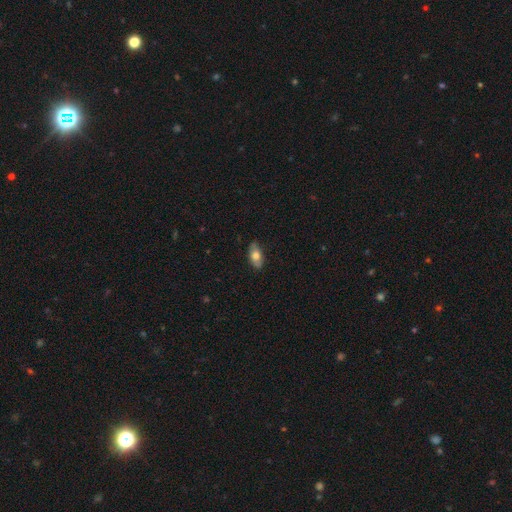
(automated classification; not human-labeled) Overall: smooth (66%; featured or disk 27%). How rounded: in between (89%). Merging: none (81%).